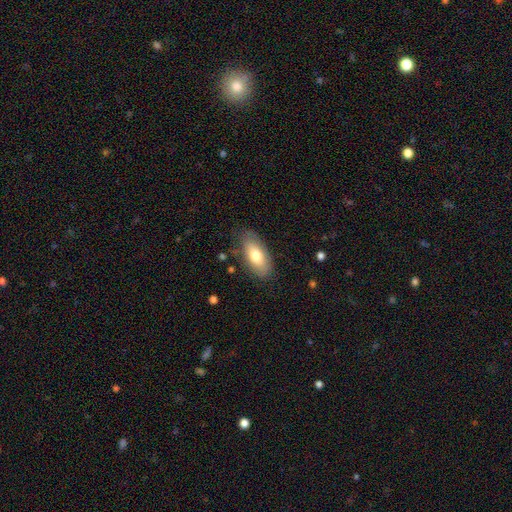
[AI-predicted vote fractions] Overall: smooth (70%). How rounded: in between (88%). Merging: none (79%).